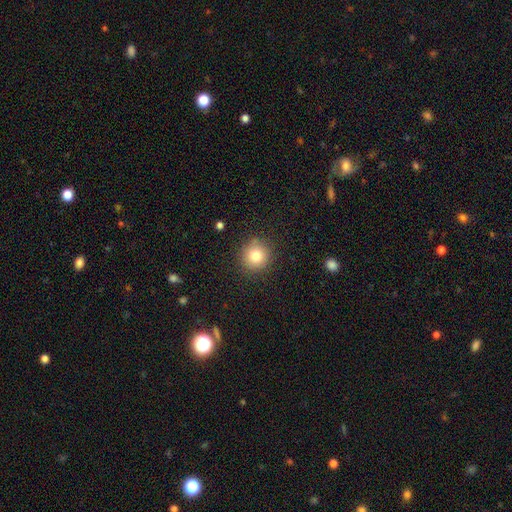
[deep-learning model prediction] Overall: smooth (80%). How rounded: round (92%). Merging: none (88%).